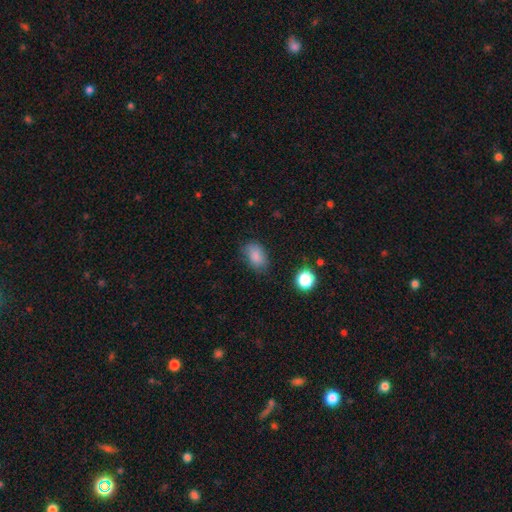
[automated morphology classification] A smooth galaxy with no disk features (85%) that is in between round and cigar-shaped (84%).

Vote fractions:
- Smooth or featured? smooth: 85% / star or artifact: 10% / featured or disk: 5%
- How rounded? in between: 84% / round: 14% / cigar-shaped: 1%
- Merging? none: 75% / minor disturbance: 18% / major disturbance: 5% / merger: 2%